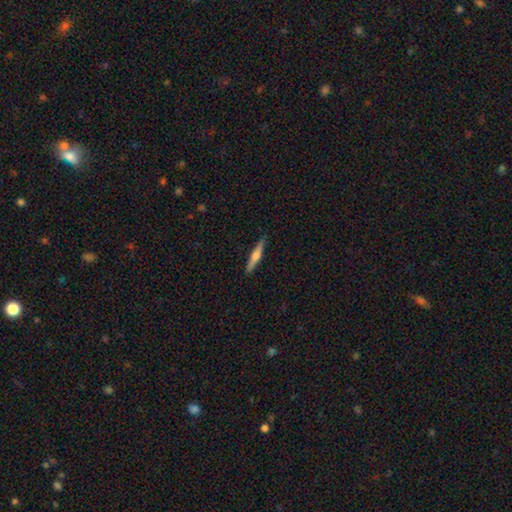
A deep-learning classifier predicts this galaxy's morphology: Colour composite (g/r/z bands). It shows a featured or disk galaxy (51%) viewed edge-on (97%). Merging: none (90%).